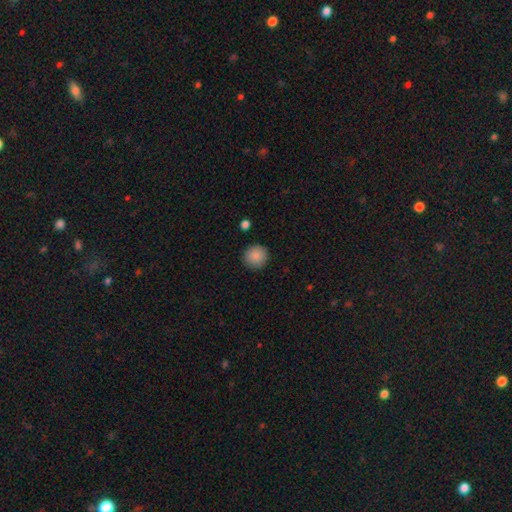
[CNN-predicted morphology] A smooth galaxy with no disk features (89%) that is round (93%).

Vote fractions:
- Smooth or featured? smooth: 89% / star or artifact: 8% / featured or disk: 3%
- How rounded? round: 93% / in between: 7% / cigar-shaped: 1%
- Merging? none: 91% / minor disturbance: 6% / major disturbance: 2% / merger: 1%